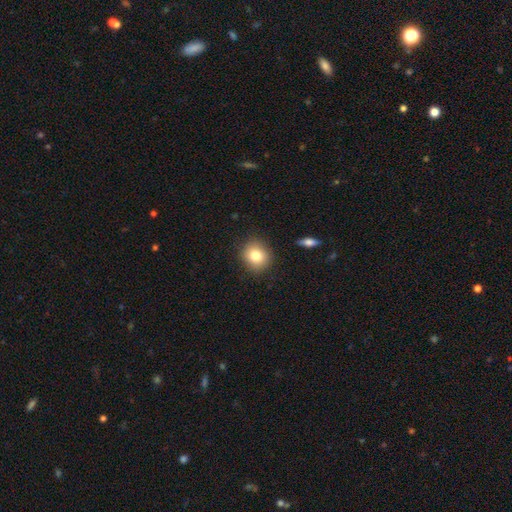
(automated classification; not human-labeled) Smooth or featured? Predicted: smooth (p=0.80). How rounded? Predicted: round (p=0.80). Merging? Predicted: none (p=0.88).